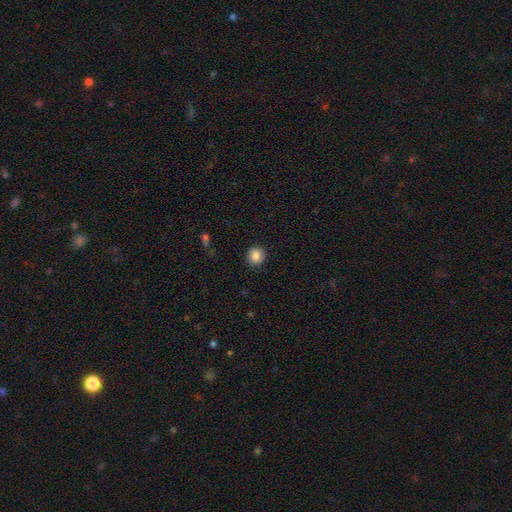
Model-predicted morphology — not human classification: This is clearly a smooth galaxy (86%). How rounded: clearly round (88%). Merging: clearly none (91%).